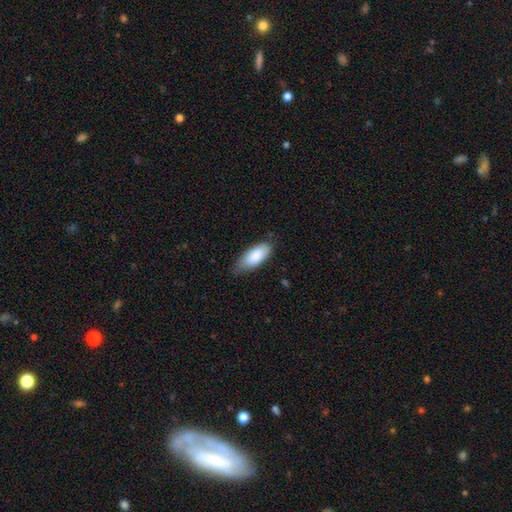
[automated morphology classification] smooth_or_featured: smooth (p=0.86) [alt: featured or disk p=0.09]
how_rounded: in between (p=0.83) [alt: cigar-shaped p=0.15]
merging: none (p=0.64) [alt: minor disturbance p=0.30]